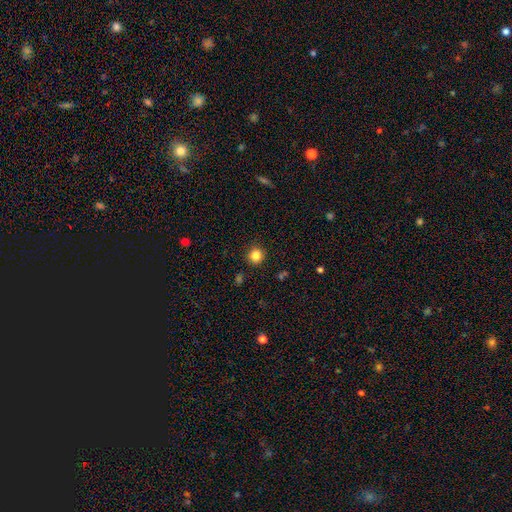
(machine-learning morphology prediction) A smooth galaxy with no disk features (84%) that is round (93%). Merging: none (90%).